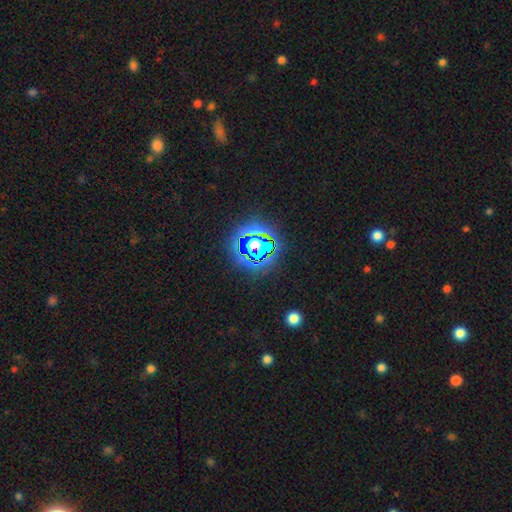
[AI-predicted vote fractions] Smooth or featured? Predicted: star or artifact (p=0.66).